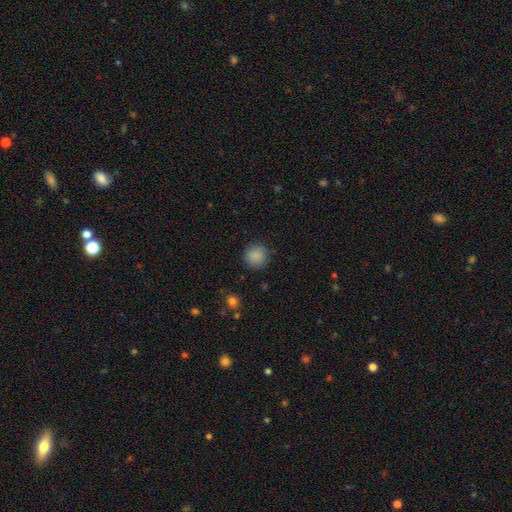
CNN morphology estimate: A smooth galaxy with no disk features (87%) that is round (93%). Merging: none (89%).